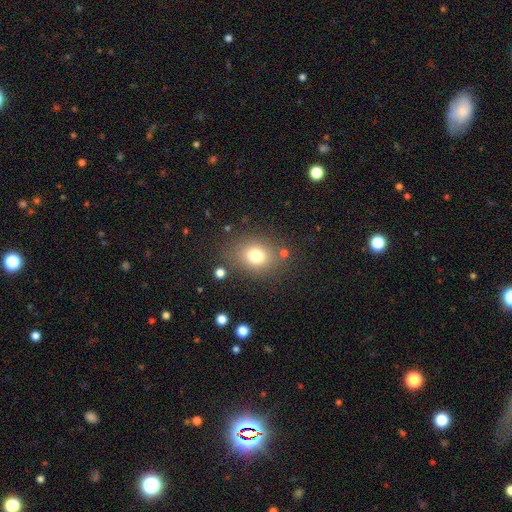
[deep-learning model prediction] Smooth or featured? Predicted: smooth (p=0.76). How rounded? Predicted: round (p=0.56). Merging? Predicted: none (p=0.78).